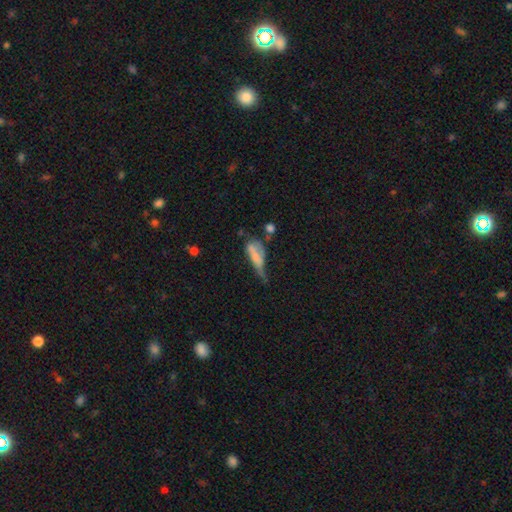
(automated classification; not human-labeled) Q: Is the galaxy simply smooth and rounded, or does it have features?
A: smooth — 53%.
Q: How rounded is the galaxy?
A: in between — 57%.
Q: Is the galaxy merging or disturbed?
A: major disturbance — 43%.